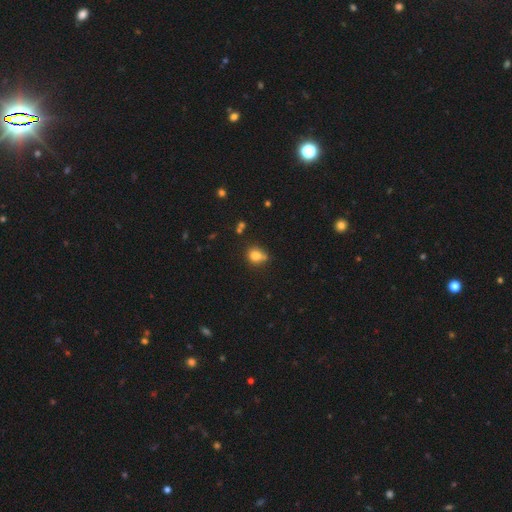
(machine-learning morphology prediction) This appears to be a smooth galaxy with no disk features (80%) that is in between round and cigar-shaped (49%, tied with round). Merging: none (49%).